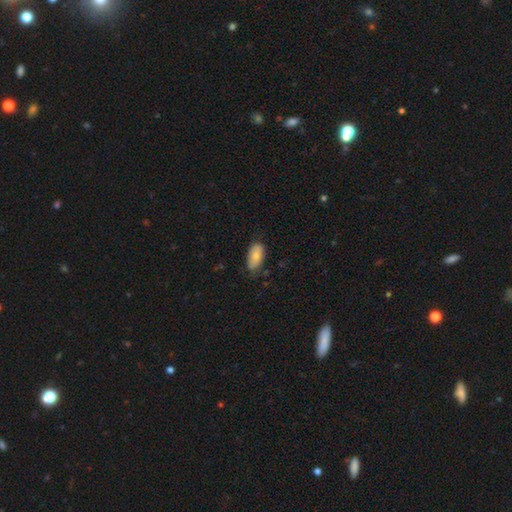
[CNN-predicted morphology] type=smooth (79%); roundness=in between (93%); merging=none (71%).